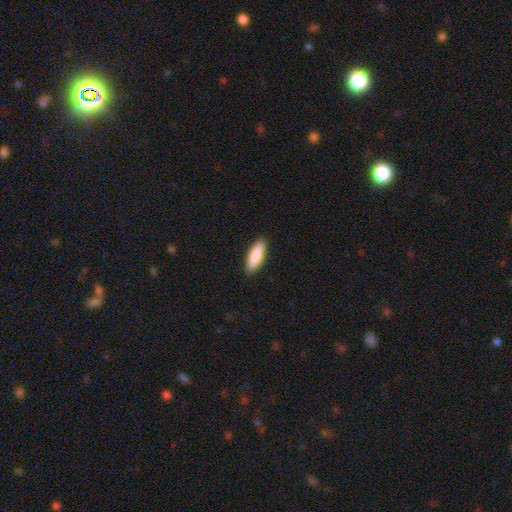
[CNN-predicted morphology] Smooth or featured? Predicted: smooth (p=0.87). How rounded? Predicted: in between (p=0.61). Merging? Predicted: none (p=0.90).